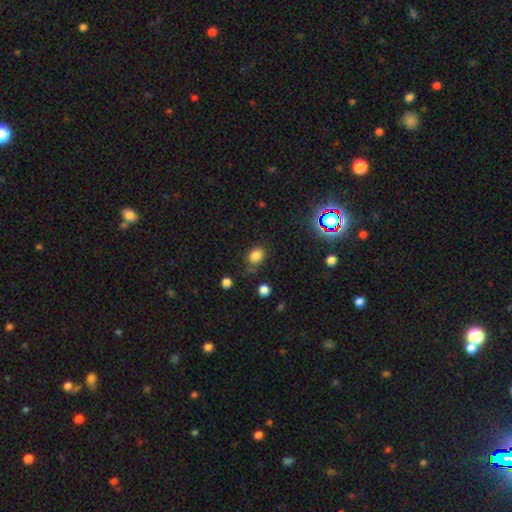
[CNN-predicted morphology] smooth 81%, star or artifact 14%, featured or disk 6%. Down the decision tree: how rounded — round (50%); merging — none (72%).